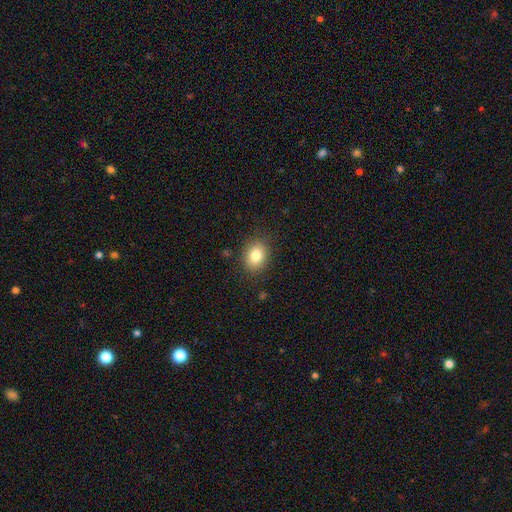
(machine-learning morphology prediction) type=smooth (82%); roundness=round (51%); merging=none (86%).